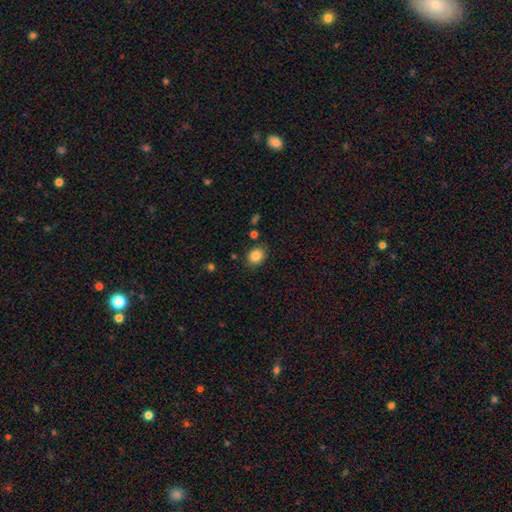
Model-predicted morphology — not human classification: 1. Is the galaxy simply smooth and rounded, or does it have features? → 85% smooth, 10% star or artifact, 6% featured or disk.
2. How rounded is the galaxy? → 50% in between, 49% round, 1% cigar-shaped.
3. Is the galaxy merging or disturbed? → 82% none, 12% minor disturbance, 3% major disturbance, 3% merger.